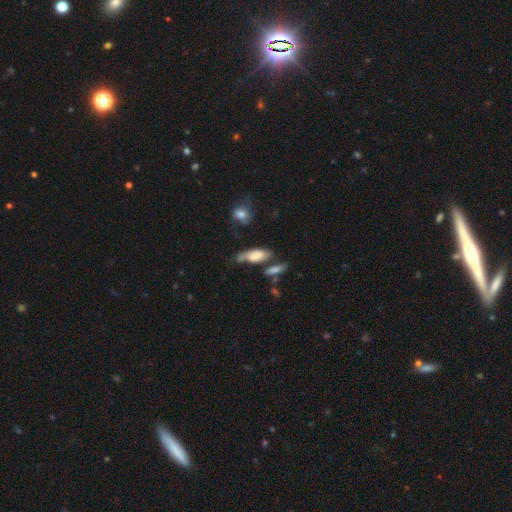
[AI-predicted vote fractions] Overall: smooth (60%; featured or disk 32%). How rounded: in between (76%). Merging: none (42%; minor disturbance 26%).